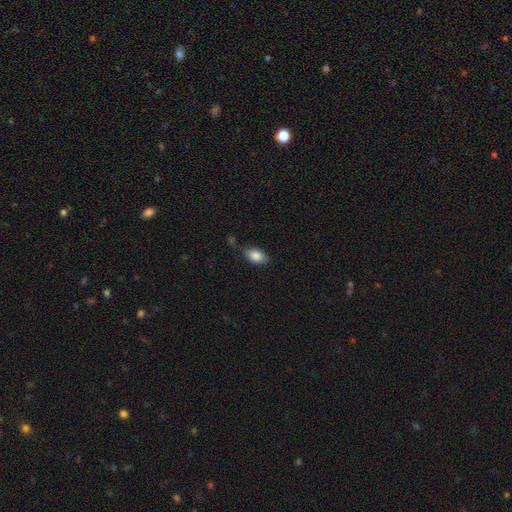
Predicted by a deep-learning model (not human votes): A smooth galaxy with no disk features (86%) that is in between round and cigar-shaped (91%). Merging: none (78%).